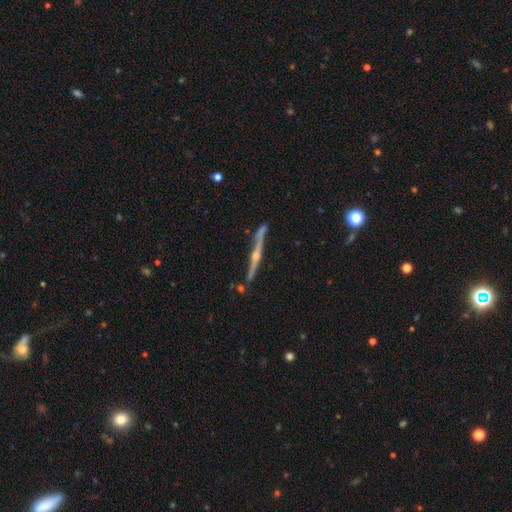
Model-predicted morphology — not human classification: Smooth or featured: featured or disk — 75% (smooth — 15%)
Edge-on disk: yes — 93% (no — 7%)
Edge-on bulge: rounded — 75% (none — 17%)
Merging: none — 74% (minor disturbance — 15%)